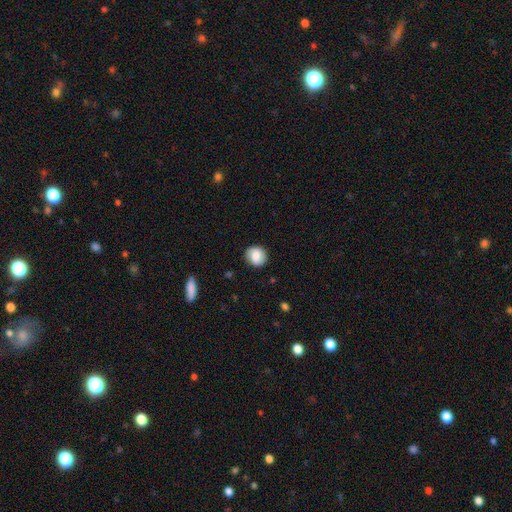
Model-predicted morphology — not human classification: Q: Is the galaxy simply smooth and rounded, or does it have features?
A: smooth — 73%.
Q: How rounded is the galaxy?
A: round — 81%.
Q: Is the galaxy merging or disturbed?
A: none — 84%.